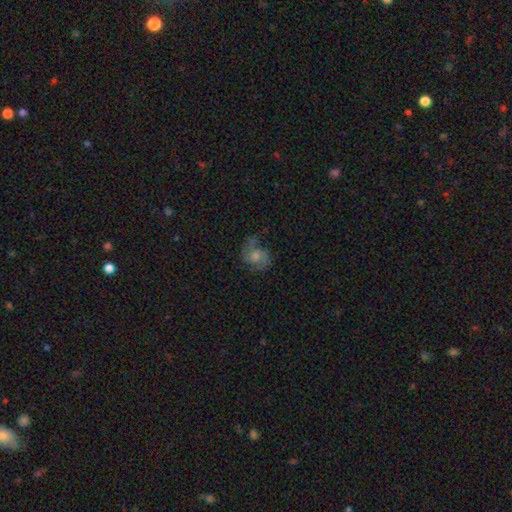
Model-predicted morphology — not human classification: A featured or disk galaxy (60%) with no bar (59%), 2 (80%) medium (50%) spiral arms (88%) and a moderate central bulge (53%).

Vote fractions:
- Smooth or featured? featured or disk: 60% / smooth: 25% / star or artifact: 15%
- Edge-on disk? no: 97% / yes: 3%
- Bar? no: 59% / weak: 34% / strong: 6%
- Spiral arms? yes: 88% / no: 12%
- Spiral winding? medium: 50% / loose: 27% / tight: 23%
- Spiral arm count? 2: 80% / can't tell: 11% / 1: 4% / 3: 3% / 4: 1% / more than 4: 1%
- Bulge size? moderate: 53% / small: 28% / large: 10% / none: 7% / dominant: 2%
- Merging? none: 68% / minor disturbance: 19% / major disturbance: 11% / merger: 3%